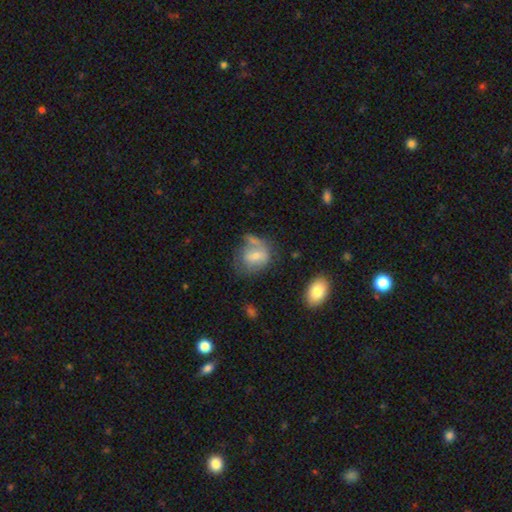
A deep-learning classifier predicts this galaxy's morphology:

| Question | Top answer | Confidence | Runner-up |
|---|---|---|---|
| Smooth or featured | smooth | 60% | featured or disk (31%) |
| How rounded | round | 55% | in between (44%) |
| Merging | none | 38% | minor disturbance (25%) |